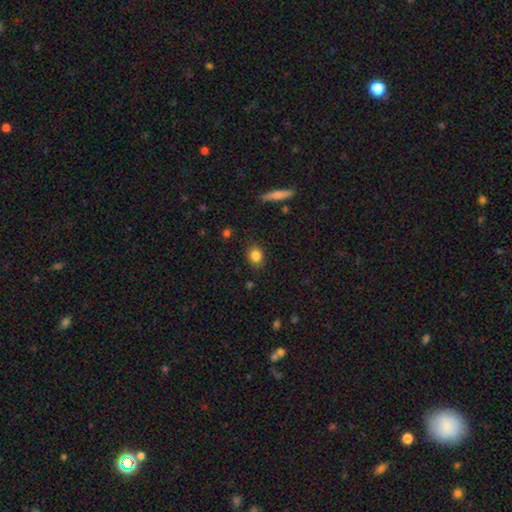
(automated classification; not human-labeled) Smooth or featured? Predicted: smooth (p=0.84). How rounded? Predicted: round (p=0.56). Merging? Predicted: none (p=0.85).